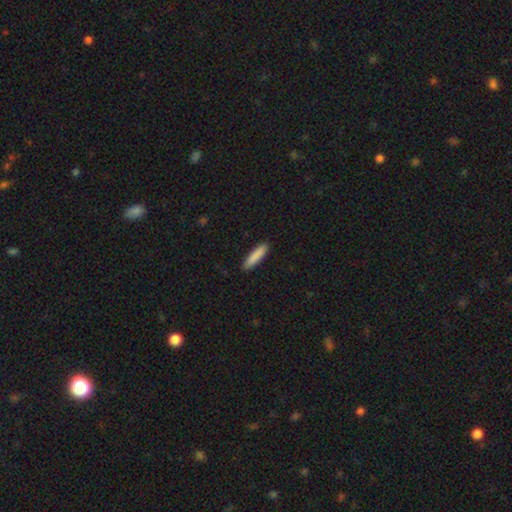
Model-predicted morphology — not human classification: A smooth galaxy with no disk features (87%) that is cigar-shaped (81%). Merging: none (90%).